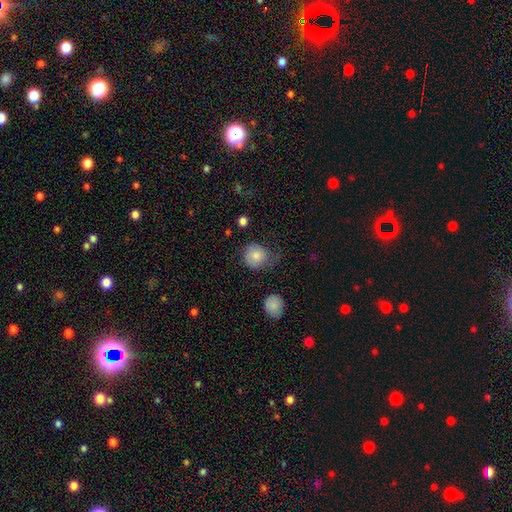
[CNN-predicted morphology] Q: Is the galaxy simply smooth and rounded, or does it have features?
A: smooth — 82%.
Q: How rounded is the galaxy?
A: round — 84%.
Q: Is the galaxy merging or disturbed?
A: none — 48%.